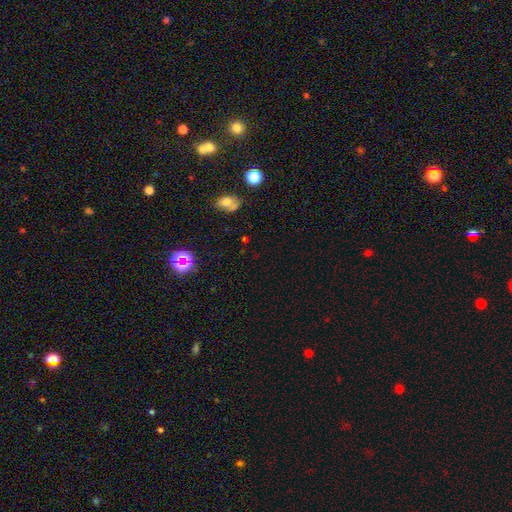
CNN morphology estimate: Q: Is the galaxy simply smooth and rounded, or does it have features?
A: star or artifact — 55%.